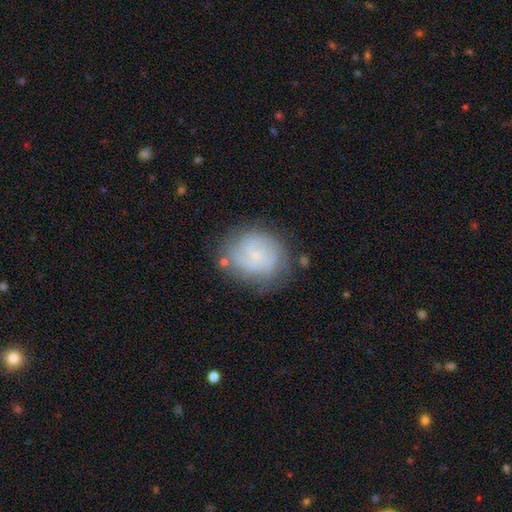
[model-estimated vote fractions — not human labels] smooth_or_featured: featured or disk (p=0.67) [alt: smooth p=0.24]
disk_edge_on: no (p=0.98) [alt: yes p=0.02]
bar: no (p=0.66) [alt: weak p=0.29]
has_spiral_arms: yes (p=0.90) [alt: no p=0.10]
spiral_winding: tight (p=0.64) [alt: medium p=0.27]
spiral_arm_count: can't tell (p=0.40) [alt: 3 p=0.19]
bulge_size: small (p=0.68) [alt: none p=0.22]
merging: none (p=0.69) [alt: minor disturbance p=0.19]